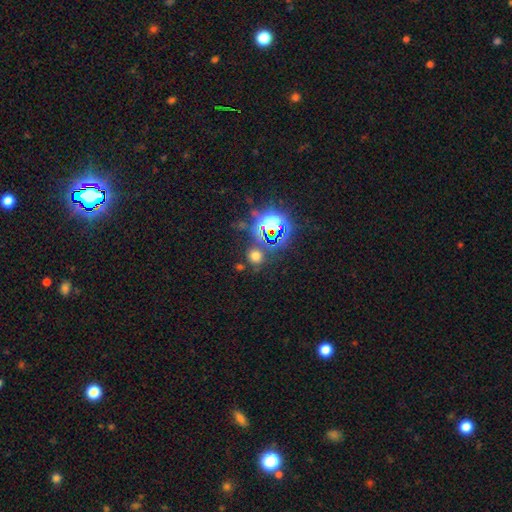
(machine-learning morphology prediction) smooth-or-featured: smooth: 53% | star or artifact: 40% | featured or disk: 7%
  how-rounded: round: 84% | in between: 15% | cigar-shaped: 1%
  merging: none: 78% | minor disturbance: 10% | merger: 8% | major disturbance: 5%